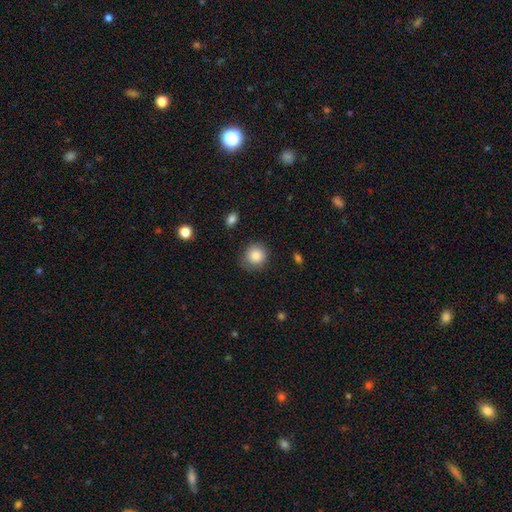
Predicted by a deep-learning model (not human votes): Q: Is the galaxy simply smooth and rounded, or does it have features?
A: smooth — 85%.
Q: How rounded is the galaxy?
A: round — 88%.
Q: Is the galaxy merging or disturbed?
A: none — 76%.